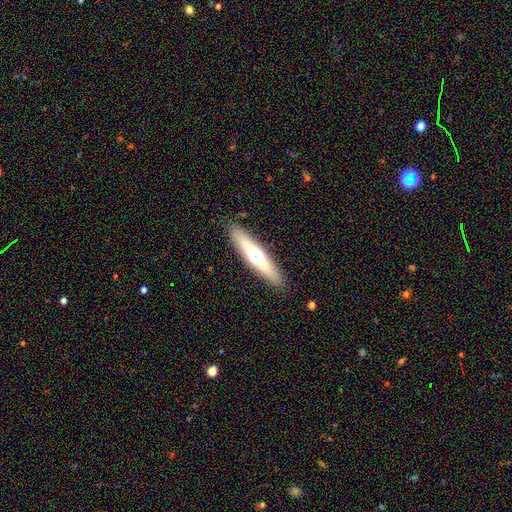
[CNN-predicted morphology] smooth-or-featured: smooth: 47% | featured or disk: 46% | star or artifact: 7%
  merging: none: 89% | minor disturbance: 8% | major disturbance: 2% | merger: 1%